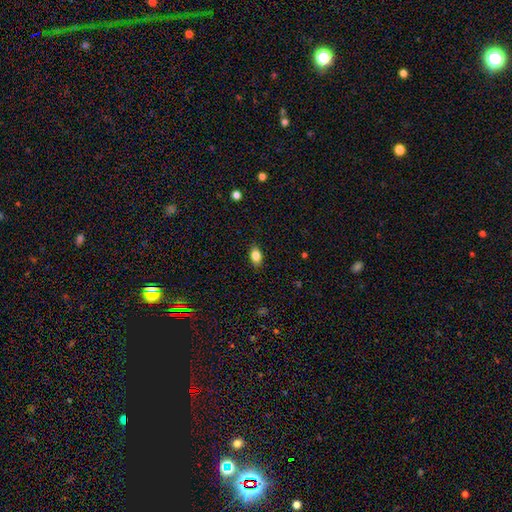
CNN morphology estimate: Q: Smooth or featured?
A: smooth (83%); runner-up: star or artifact (9%)
Q: How rounded?
A: in between (86%); runner-up: round (11%)
Q: Merging?
A: none (87%); runner-up: minor disturbance (10%)